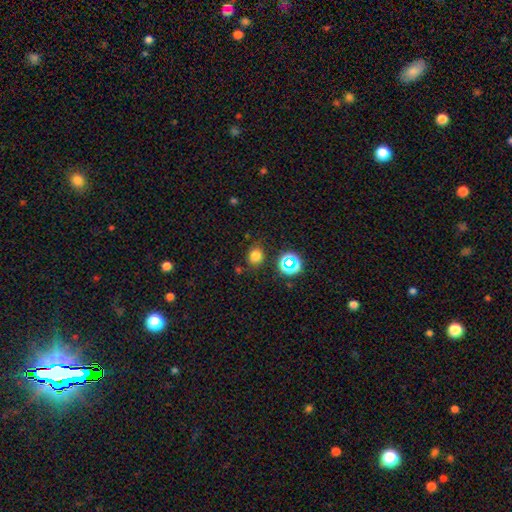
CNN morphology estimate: A smooth galaxy with no disk features (75%) that is round (71%). Merging: none (79%).